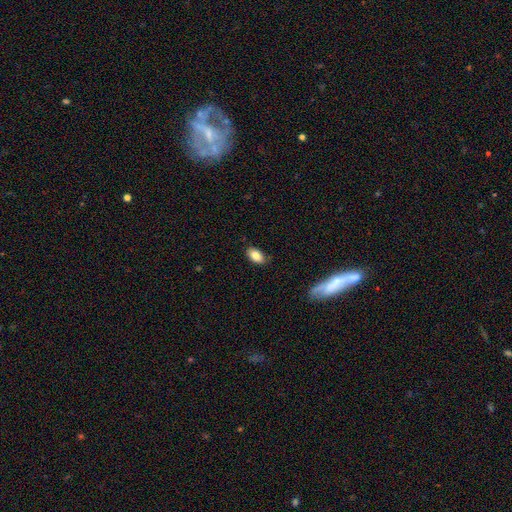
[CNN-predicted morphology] This is clearly a smooth galaxy (83%). How rounded: clearly in between (92%). Merging: clearly none (84%).